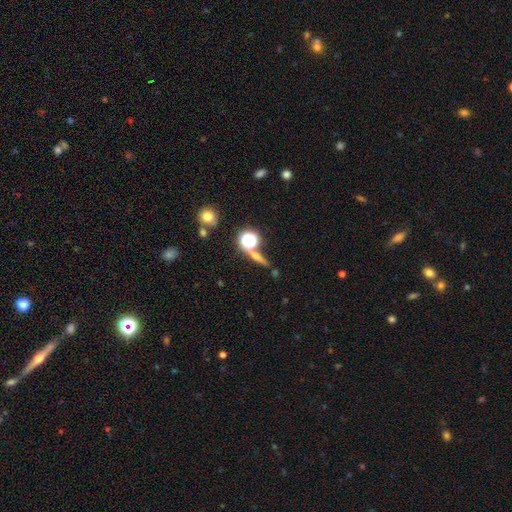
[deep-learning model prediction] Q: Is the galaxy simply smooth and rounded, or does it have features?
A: smooth — 39%.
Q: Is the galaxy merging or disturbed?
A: none — 72%.